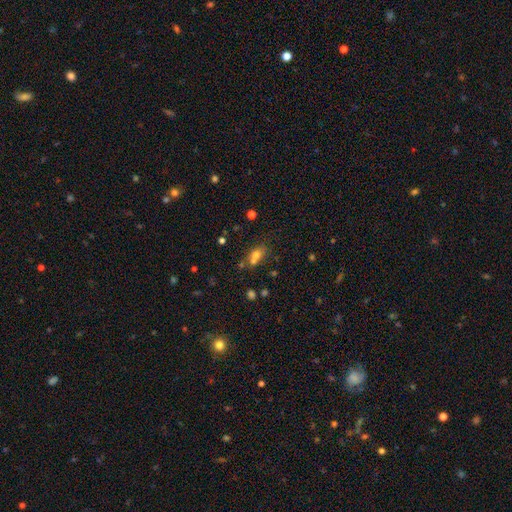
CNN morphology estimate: smooth 68%, featured or disk 17%, star or artifact 15%. Down the decision tree: how rounded — in between (69%); merging — none (45%).